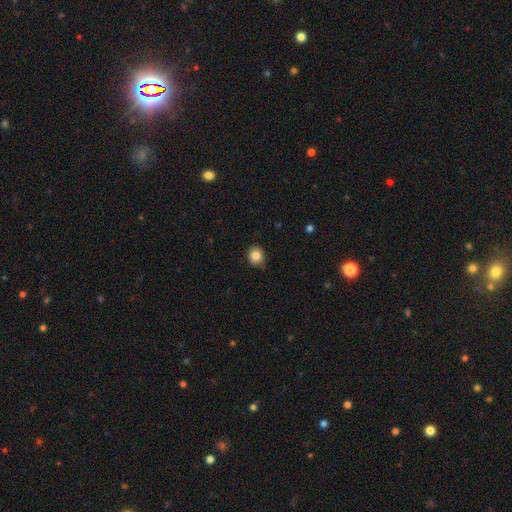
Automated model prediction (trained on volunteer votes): The model was most divided on "how rounded": round: 76%, in between: 23%, cigar-shaped: 1%. More confident: smooth or featured — smooth (85%); merging — none (83%).